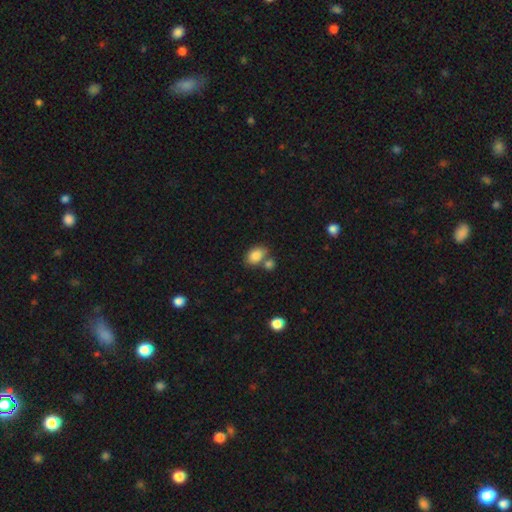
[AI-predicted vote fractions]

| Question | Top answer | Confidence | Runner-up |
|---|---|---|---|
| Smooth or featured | smooth | 85% | star or artifact (8%) |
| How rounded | in between | 80% | round (18%) |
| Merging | none | 49% | merger (33%) |